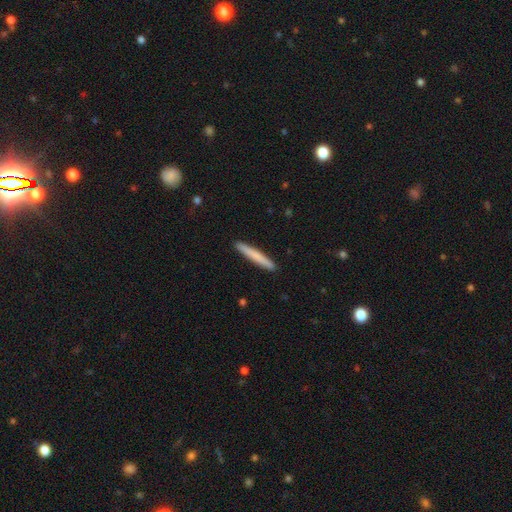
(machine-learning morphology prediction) type=smooth (72%); roundness=cigar-shaped (97%); merging=none (93%).